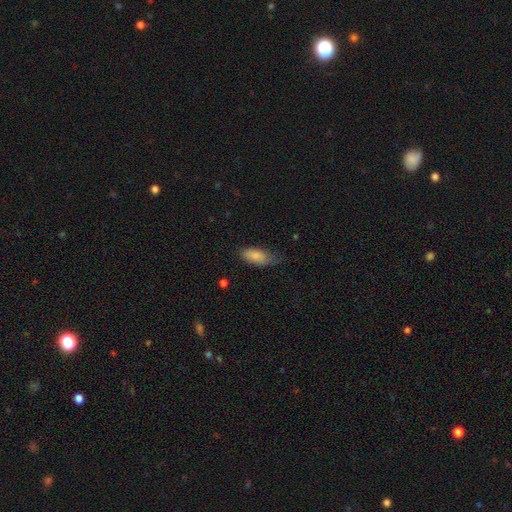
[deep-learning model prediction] smooth 84%, featured or disk 9%, star or artifact 6%. Down the decision tree: how rounded — in between (86%); merging — none (54%).